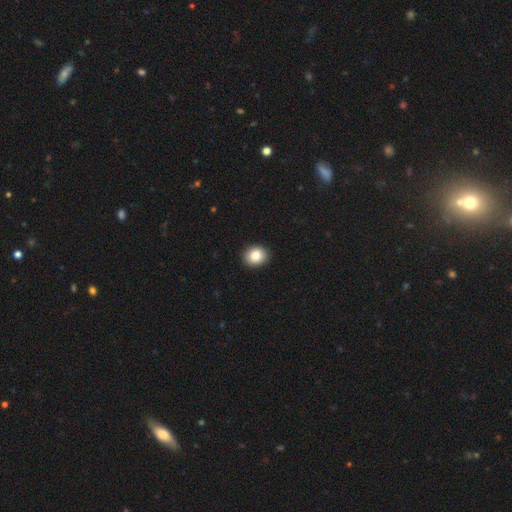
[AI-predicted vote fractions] Smooth or featured? Predicted: smooth (p=0.84). How rounded? Predicted: round (p=0.63). Merging? Predicted: none (p=0.92).